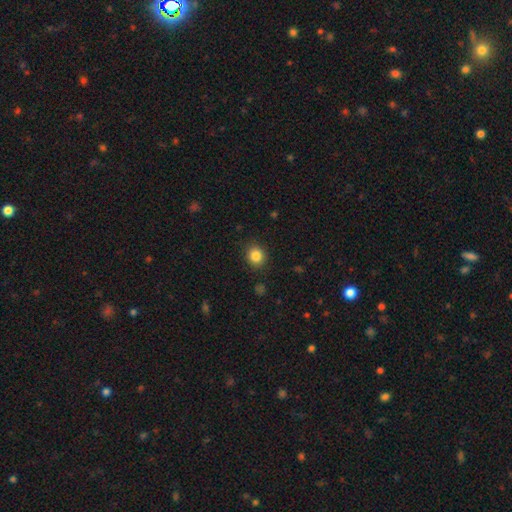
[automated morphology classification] Q: Smooth or featured?
A: smooth (85%); runner-up: star or artifact (10%)
Q: How rounded?
A: round (82%); runner-up: in between (17%)
Q: Merging?
A: none (89%); runner-up: minor disturbance (8%)